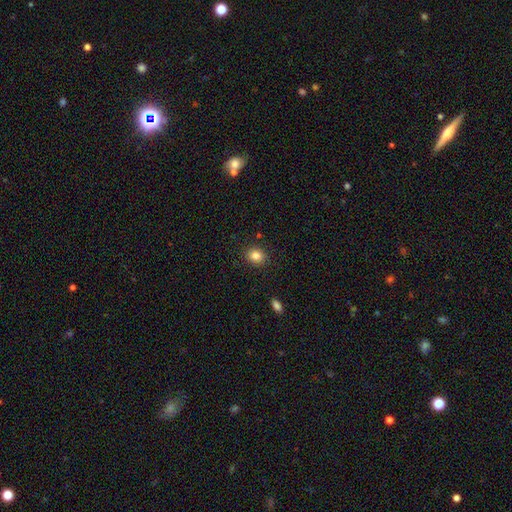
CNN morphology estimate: Q: Smooth or featured?
A: smooth (84%); runner-up: star or artifact (10%)
Q: How rounded?
A: round (63%); runner-up: in between (36%)
Q: Merging?
A: none (88%); runner-up: minor disturbance (8%)